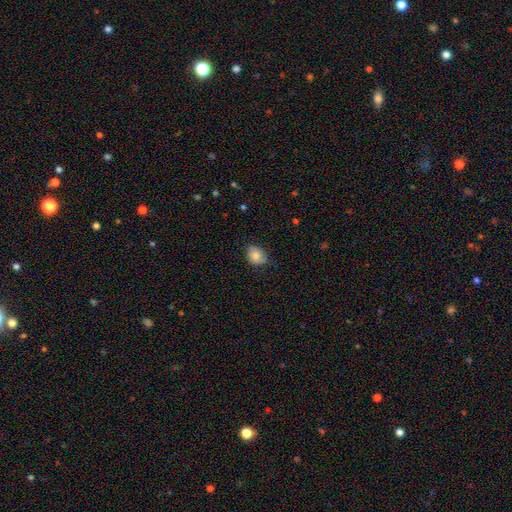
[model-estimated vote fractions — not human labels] A smooth galaxy with no disk features (81%) that is in between round and cigar-shaped (53%).

Vote fractions:
- Smooth or featured? smooth: 81% / featured or disk: 10% / star or artifact: 8%
- How rounded? in between: 53% / round: 46% / cigar-shaped: 1%
- Merging? none: 74% / minor disturbance: 22% / major disturbance: 3% / merger: 1%